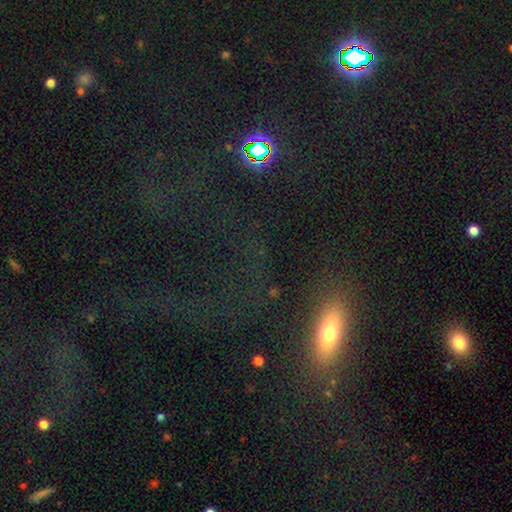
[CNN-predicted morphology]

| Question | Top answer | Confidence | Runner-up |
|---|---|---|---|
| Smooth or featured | smooth | 38% | star or artifact (32%) |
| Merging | none | 60% | major disturbance (21%) |